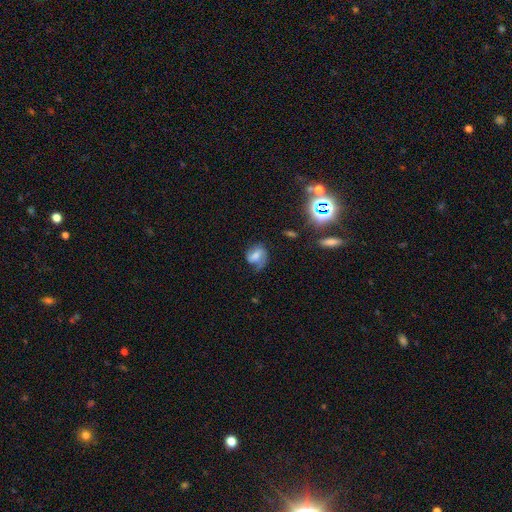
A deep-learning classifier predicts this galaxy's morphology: Smooth or featured: featured or disk — 51% (smooth — 37%)
Edge-on disk: no — 96% (yes — 4%)
Merging: none — 52% (minor disturbance — 27%)